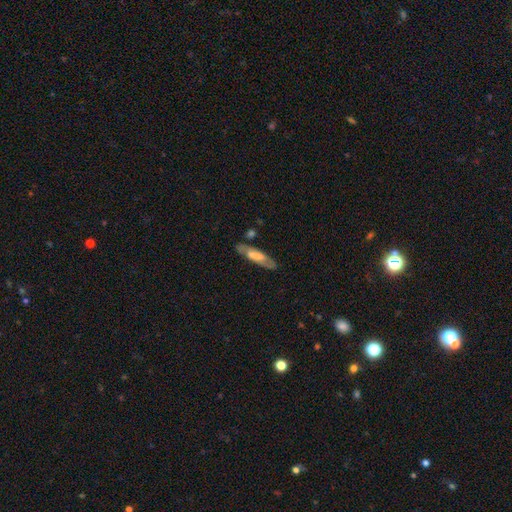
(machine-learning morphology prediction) Smooth or featured: smooth — 51% (featured or disk — 43%)
How rounded: cigar-shaped — 69% (in between — 30%)
Merging: none — 75% (minor disturbance — 16%)